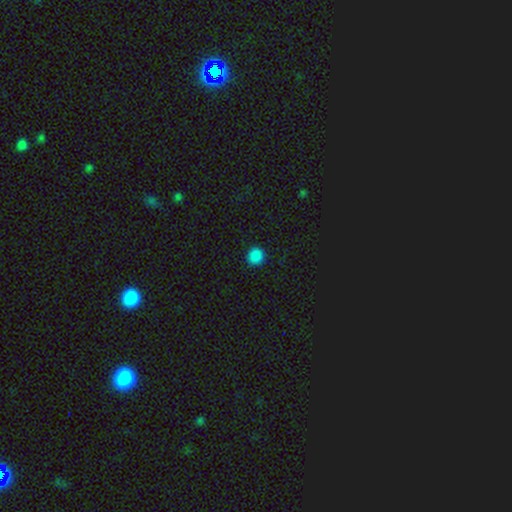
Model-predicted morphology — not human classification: type=smooth (86%); roundness=round (89%); merging=none (91%).